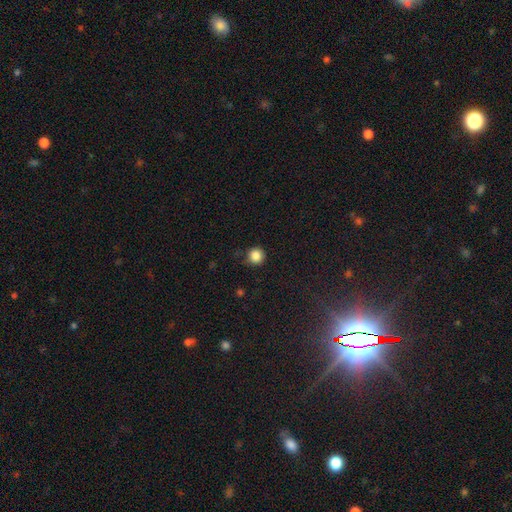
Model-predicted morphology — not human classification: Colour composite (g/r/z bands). It shows a smooth galaxy with no disk features (86%) that is round (95%). Merging: none (86%).